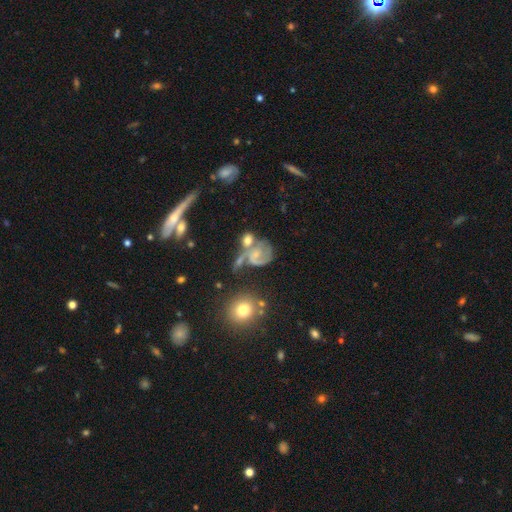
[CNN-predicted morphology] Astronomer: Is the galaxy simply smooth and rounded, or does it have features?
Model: featured or disk — 74%.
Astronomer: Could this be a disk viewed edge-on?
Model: no — 98%.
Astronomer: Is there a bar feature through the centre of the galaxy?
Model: no — 59%.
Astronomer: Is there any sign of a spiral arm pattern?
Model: yes — 90%.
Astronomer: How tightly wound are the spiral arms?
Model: medium — 48% (runner-up: loose, 26%).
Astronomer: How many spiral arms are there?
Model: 2 — 65%.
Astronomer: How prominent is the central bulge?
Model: small — 56%.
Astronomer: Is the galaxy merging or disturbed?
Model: none — 32% (runner-up: merger, 31%).